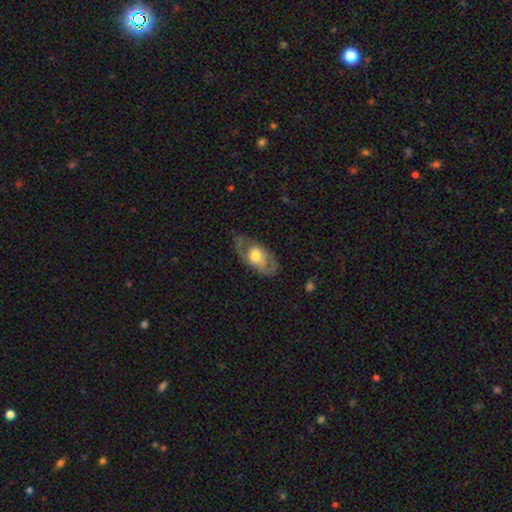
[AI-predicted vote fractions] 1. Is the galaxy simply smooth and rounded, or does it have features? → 57% featured or disk, 37% smooth, 6% star or artifact.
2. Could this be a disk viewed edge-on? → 86% no, 14% yes.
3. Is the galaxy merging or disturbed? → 67% none, 20% minor disturbance, 12% major disturbance, 2% merger.